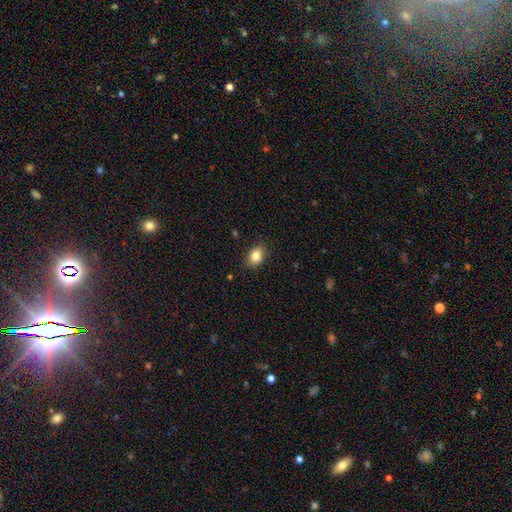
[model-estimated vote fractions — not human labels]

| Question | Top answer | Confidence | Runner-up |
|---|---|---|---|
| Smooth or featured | smooth | 84% | star or artifact (9%) |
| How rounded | in between | 75% | round (23%) |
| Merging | none | 85% | minor disturbance (11%) |